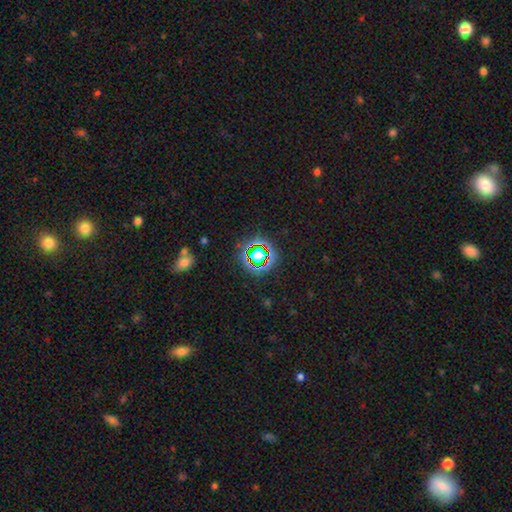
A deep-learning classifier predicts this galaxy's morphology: The model was most divided on "smooth or featured": star or artifact: 64%, smooth: 26%, featured or disk: 11%.